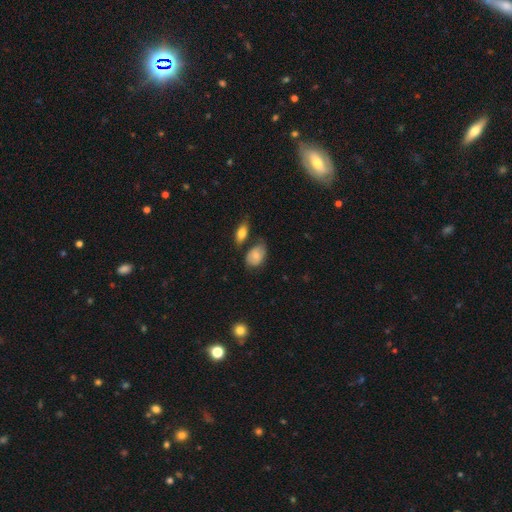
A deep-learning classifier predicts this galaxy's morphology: Smooth or featured? Predicted: smooth (p=0.71). How rounded? Predicted: in between (p=0.81). Merging? Predicted: none (p=0.53).